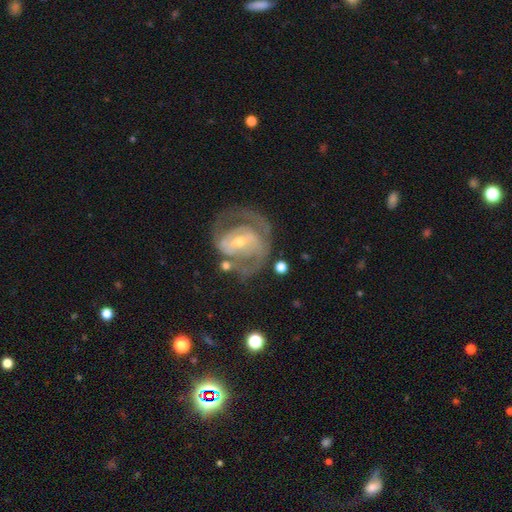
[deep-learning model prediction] Q: Smooth or featured?
A: featured or disk (81%); runner-up: smooth (11%)
Q: Edge-on disk?
A: no (96%); runner-up: yes (4%)
Q: Bar?
A: strong (38%); runner-up: weak (37%)
Q: Spiral arms?
A: yes (80%); runner-up: no (20%)
Q: Spiral winding?
A: tight (44%); runner-up: medium (40%)
Q: Spiral arm count?
A: 2 (56%); runner-up: can't tell (25%)
Q: Bulge size?
A: small (69%); runner-up: moderate (26%)
Q: Merging?
A: none (55%); runner-up: major disturbance (21%)